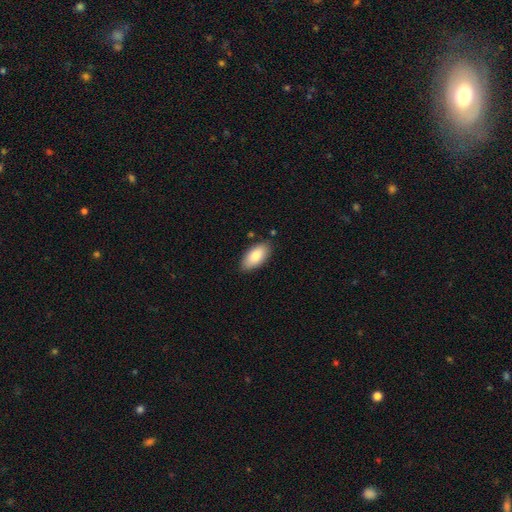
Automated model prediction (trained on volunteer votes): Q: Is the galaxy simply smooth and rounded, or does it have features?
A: smooth — 81%.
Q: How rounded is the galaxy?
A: in between — 93%.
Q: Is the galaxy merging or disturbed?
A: none — 84%.